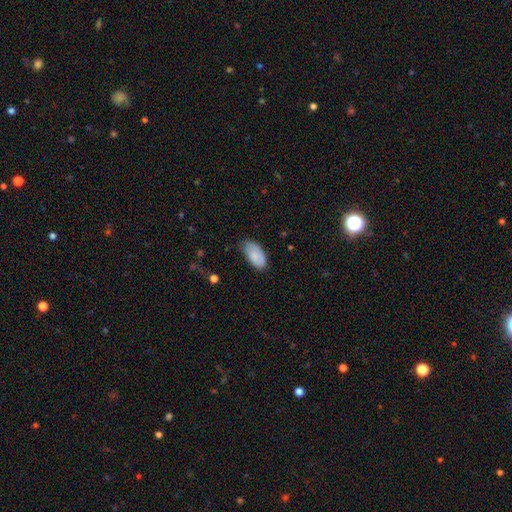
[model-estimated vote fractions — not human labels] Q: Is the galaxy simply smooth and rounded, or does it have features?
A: smooth — 84%.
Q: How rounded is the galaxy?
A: in between — 95%.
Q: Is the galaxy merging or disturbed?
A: none — 66%.